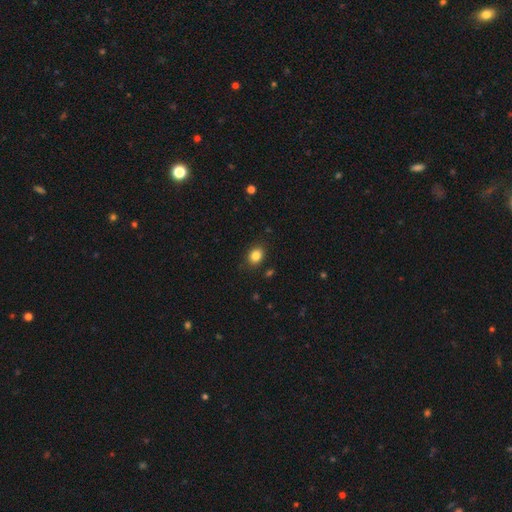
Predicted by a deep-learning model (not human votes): Smooth or featured: smooth — 85% (star or artifact — 10%)
How rounded: in between — 57% (round — 42%)
Merging: none — 86% (minor disturbance — 10%)